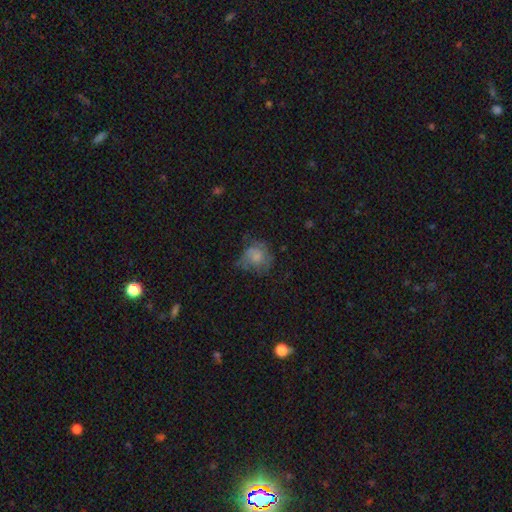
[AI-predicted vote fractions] A smooth galaxy with no disk features (60%) that is round (72%). Merging: none (43%).